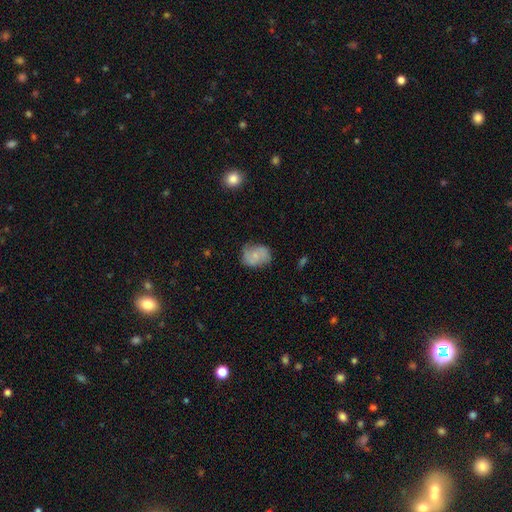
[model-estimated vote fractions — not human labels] smooth 57%, featured or disk 34%, star or artifact 8%. Down the decision tree: how rounded — in between (57%); merging — none (60%).